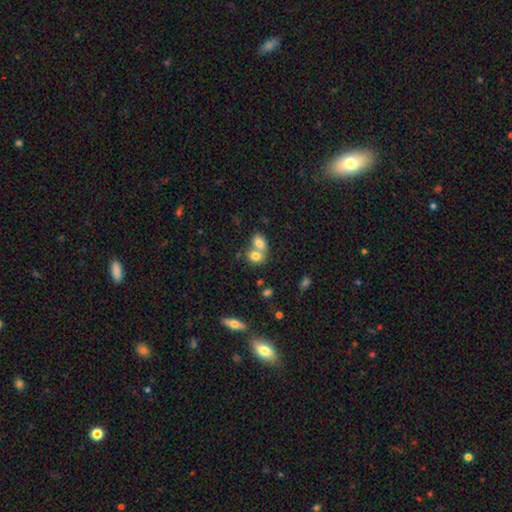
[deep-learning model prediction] Morphology: type=smooth (76%); roundness=in between (62%); merging=merger (68%).